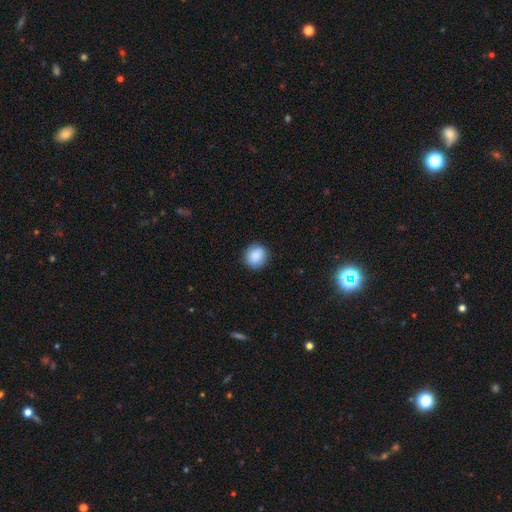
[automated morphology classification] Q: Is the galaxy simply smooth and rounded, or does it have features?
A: smooth — 87%.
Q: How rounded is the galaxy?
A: round — 88%.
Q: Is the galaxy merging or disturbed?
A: none — 89%.